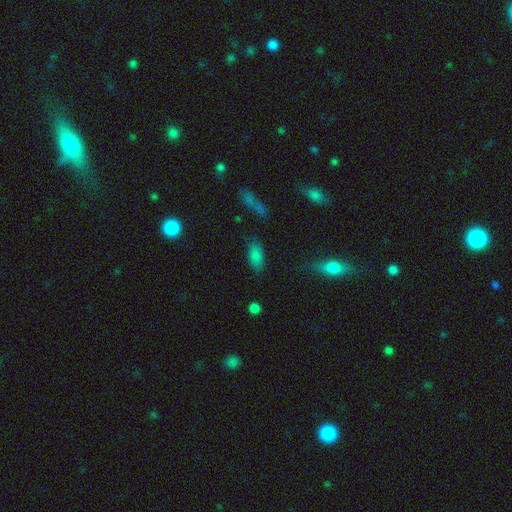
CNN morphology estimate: smooth_or_featured: smooth (p=0.81) [alt: star or artifact p=0.10]
how_rounded: in between (p=0.91) [alt: cigar-shaped p=0.06]
merging: none (p=0.77) [alt: minor disturbance p=0.16]